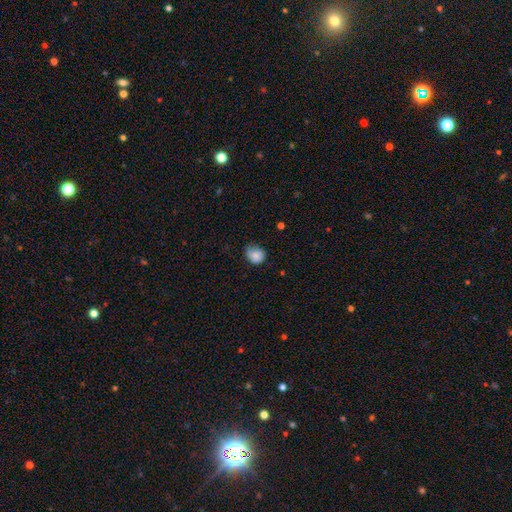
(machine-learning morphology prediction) A smooth galaxy with no disk features (85%) that is round (65%). Merging: none (55%).